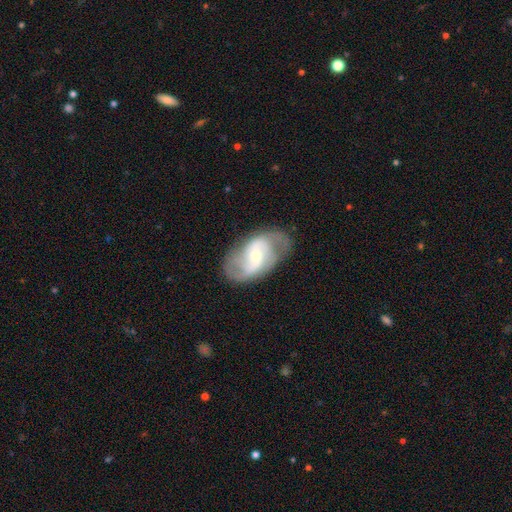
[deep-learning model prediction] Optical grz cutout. It shows a featured or disk galaxy (78%) with a weak bar (45%), 2 (81%) medium (44%) spiral arms (91%) and a small central bulge (59%). Merging: none (72%).